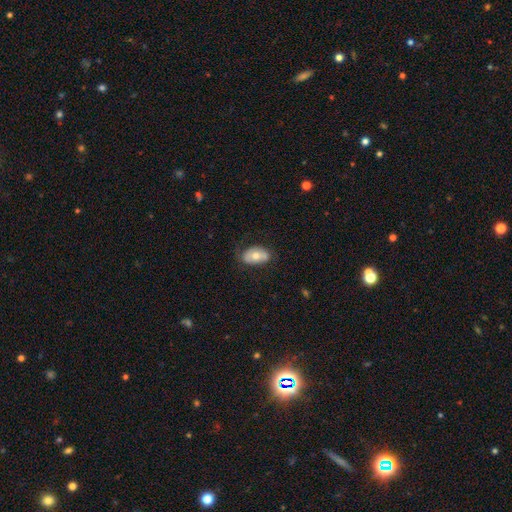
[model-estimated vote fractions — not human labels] smooth-or-featured: smooth: 61% | featured or disk: 32% | star or artifact: 7%
  how-rounded: in between: 90% | round: 8% | cigar-shaped: 2%
  merging: none: 68% | minor disturbance: 23% | major disturbance: 8% | merger: 2%